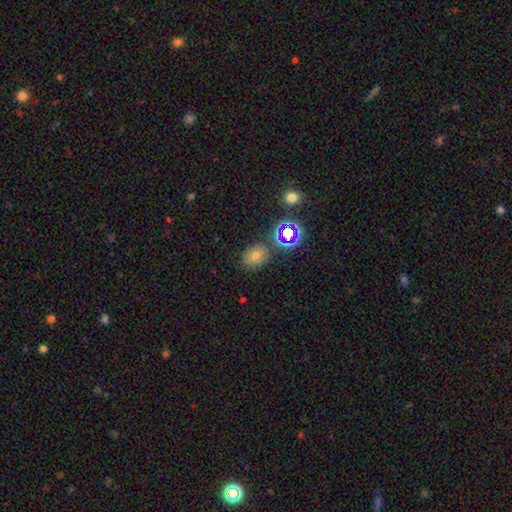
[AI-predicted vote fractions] A smooth galaxy with no disk features (56%) that is in between round and cigar-shaped (50%).

Vote fractions:
- Smooth or featured? smooth: 56% / star or artifact: 30% / featured or disk: 14%
- How rounded? in between: 50% / round: 49% / cigar-shaped: 1%
- Merging? none: 78% / minor disturbance: 13% / merger: 5% / major disturbance: 4%